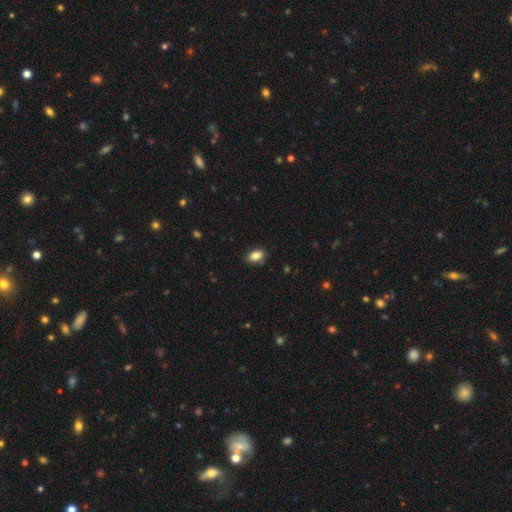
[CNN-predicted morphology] Smooth or featured? smooth (85%)
How rounded? in between (87%)
Merging? none (81%)